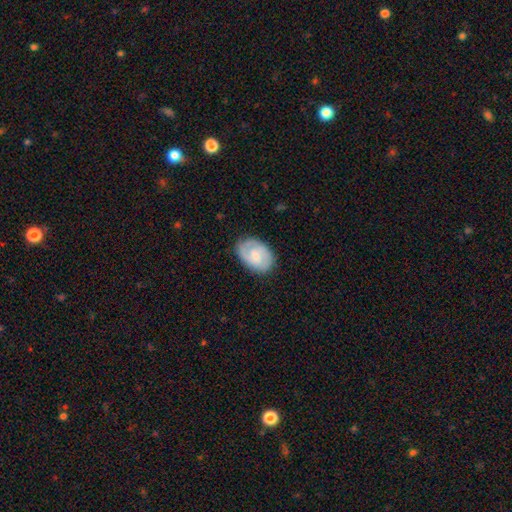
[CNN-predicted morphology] smooth_or_featured: featured or disk (p=0.52) [alt: smooth p=0.42]
disk_edge_on: no (p=0.96) [alt: yes p=0.04]
merging: none (p=0.81) [alt: minor disturbance p=0.14]